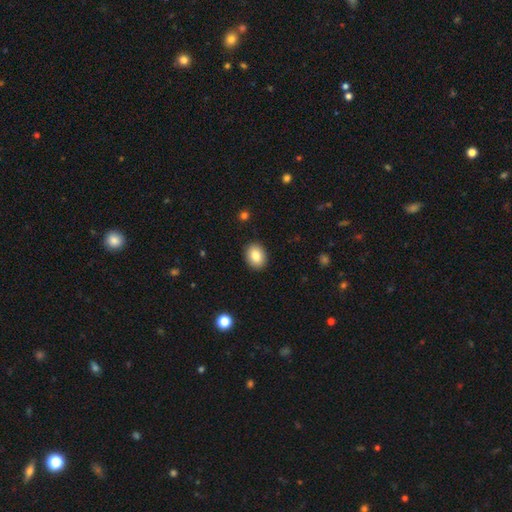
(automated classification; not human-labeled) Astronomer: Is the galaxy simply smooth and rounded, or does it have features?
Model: smooth — 85%.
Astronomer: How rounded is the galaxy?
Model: in between — 65%.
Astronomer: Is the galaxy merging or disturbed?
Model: none — 90%.